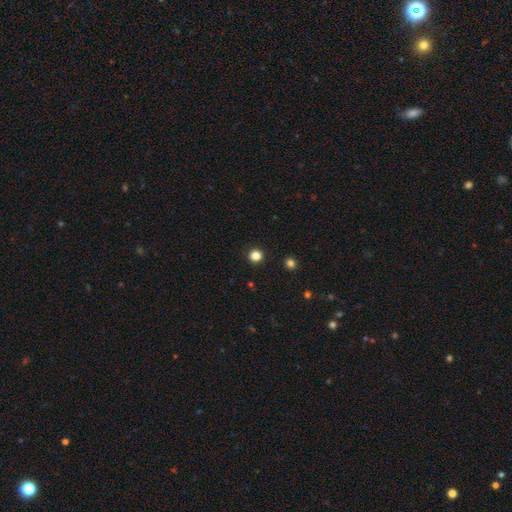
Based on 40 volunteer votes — Smooth or featured: smooth — 82% (star or artifact — 10%)
How rounded: round — 94% (in between — 6%)
Merging: none — 97% (merger — 3%)